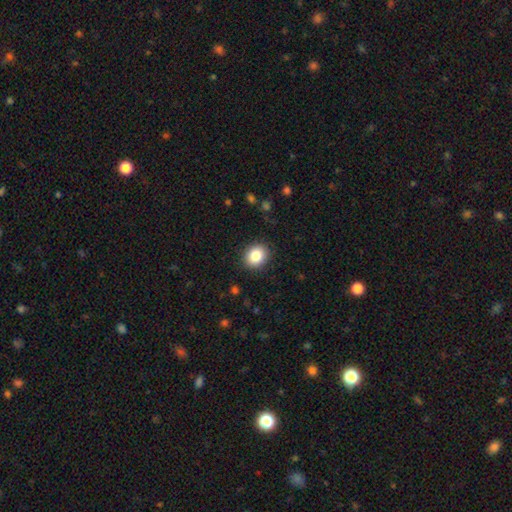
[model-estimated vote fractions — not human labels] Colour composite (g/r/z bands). It shows a smooth galaxy with no disk features (84%) that is round (63%). Merging: none (89%).